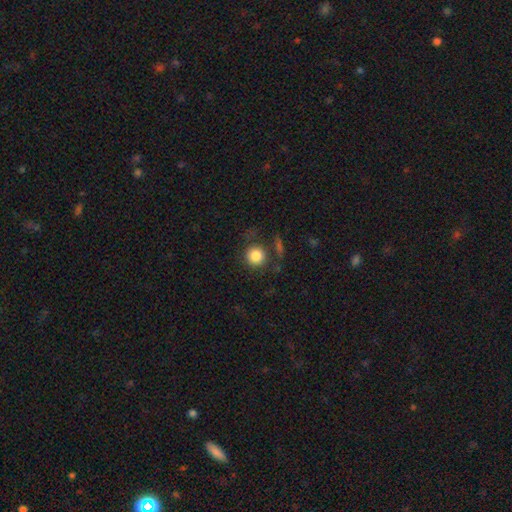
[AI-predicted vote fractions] Q: Smooth or featured?
A: smooth (84%); runner-up: star or artifact (10%)
Q: How rounded?
A: round (93%); runner-up: in between (6%)
Q: Merging?
A: none (77%); runner-up: minor disturbance (12%)